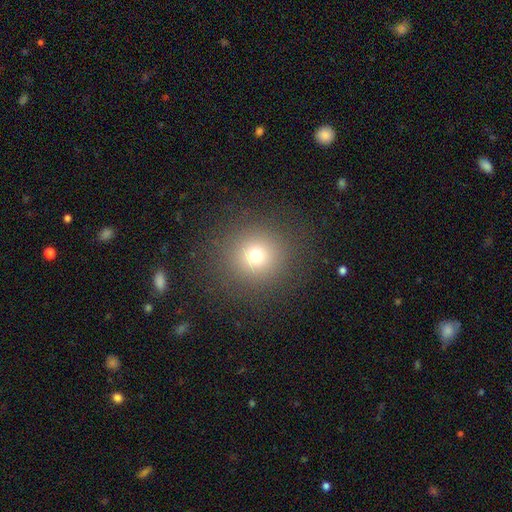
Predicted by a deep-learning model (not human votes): A smooth galaxy with no disk features (71%) that is round (95%).

Vote fractions:
- Smooth or featured? smooth: 71% / star or artifact: 19% / featured or disk: 10%
- How rounded? round: 95% / in between: 4% / cigar-shaped: 1%
- Merging? none: 88% / minor disturbance: 7% / major disturbance: 4% / merger: 1%